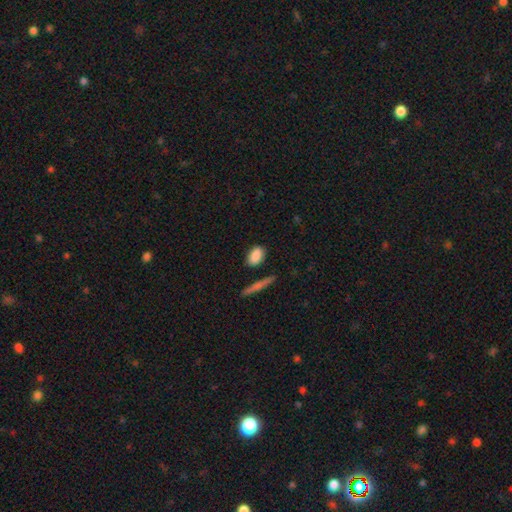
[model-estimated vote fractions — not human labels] This is clearly a smooth galaxy (86%). How rounded: clearly in between (85%). Merging: likely none (80%).